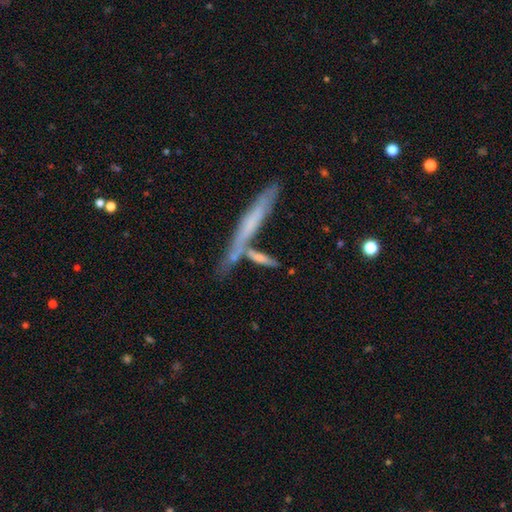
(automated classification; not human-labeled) Overall: smooth (49%; featured or disk 44%). Merging: none (52%; merger 29%).